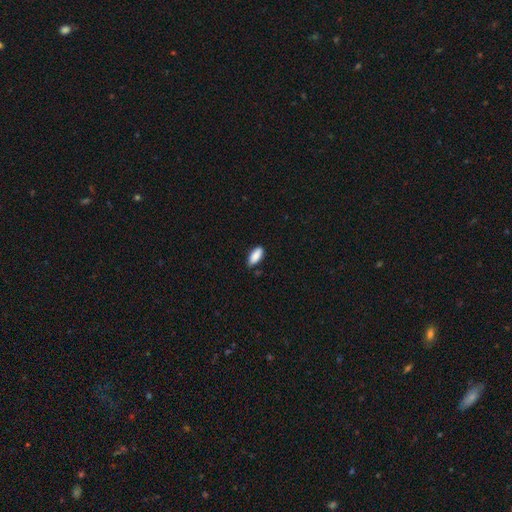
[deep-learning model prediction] A smooth galaxy with no disk features (89%) that is in between round and cigar-shaped (82%).

Vote fractions:
- Smooth or featured? smooth: 89% / star or artifact: 6% / featured or disk: 4%
- How rounded? in between: 82% / cigar-shaped: 16% / round: 2%
- Merging? none: 81% / minor disturbance: 15% / major disturbance: 2% / merger: 1%